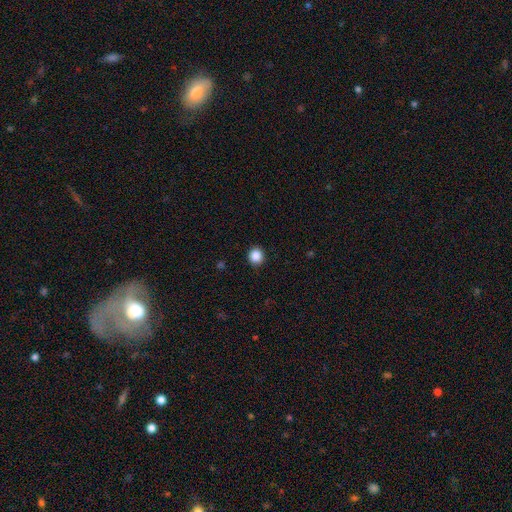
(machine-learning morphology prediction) This is clearly a smooth galaxy (87%). How rounded: clearly round (91%). Merging: clearly none (91%).